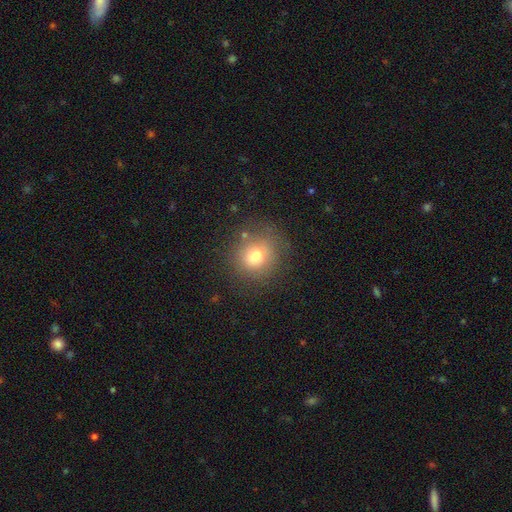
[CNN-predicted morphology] smooth_or_featured: smooth (p=0.75) [alt: star or artifact p=0.13]
how_rounded: round (p=0.83) [alt: in between p=0.16]
merging: none (p=0.79) [alt: minor disturbance p=0.13]